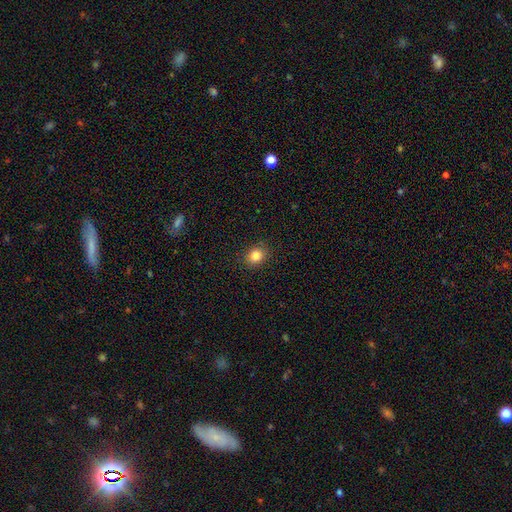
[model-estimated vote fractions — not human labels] A smooth galaxy with no disk features (84%) that is round (63%).

Vote fractions:
- Smooth or featured? smooth: 84% / star or artifact: 11% / featured or disk: 6%
- How rounded? round: 63% / in between: 36% / cigar-shaped: 1%
- Merging? none: 89% / minor disturbance: 8% / major disturbance: 2% / merger: 1%